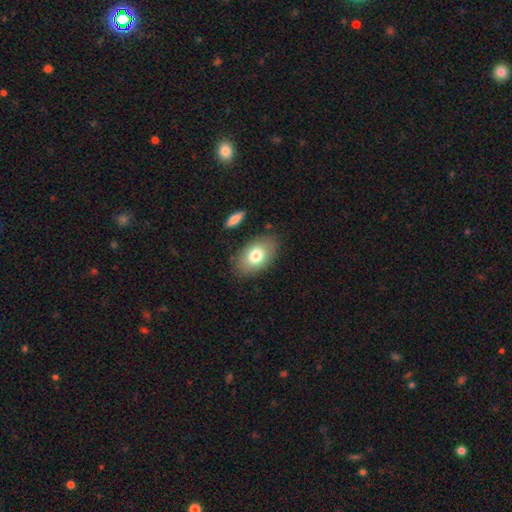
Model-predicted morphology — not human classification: This appears to be a smooth galaxy with no disk features (77%) that is in between round and cigar-shaped (89%). Merging: none (82%).